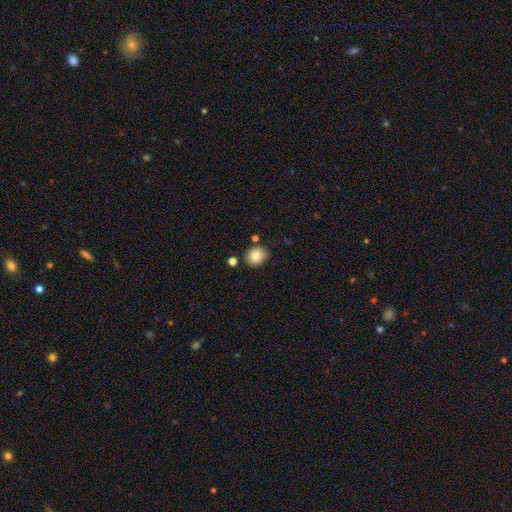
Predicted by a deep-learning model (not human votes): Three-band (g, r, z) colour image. It shows a smooth galaxy with no disk features (83%) that is round (71%). Merging: none (79%).